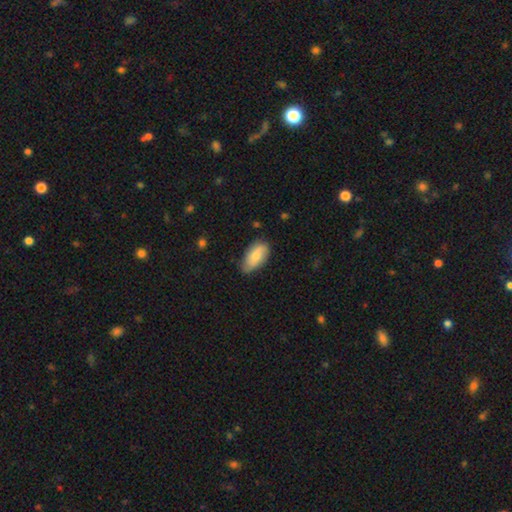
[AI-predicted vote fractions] This appears to be a smooth galaxy with no disk features (77%) that is in between round and cigar-shaped (92%). Merging: none (68%).